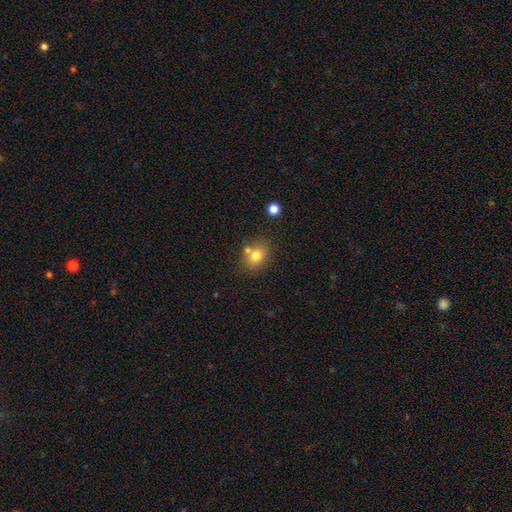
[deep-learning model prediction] smooth-or-featured: smooth: 77% | featured or disk: 12% | star or artifact: 11%
  how-rounded: round: 50% | in between: 49% | cigar-shaped: 1%
  merging: none: 64% | merger: 20% | minor disturbance: 13% | major disturbance: 4%